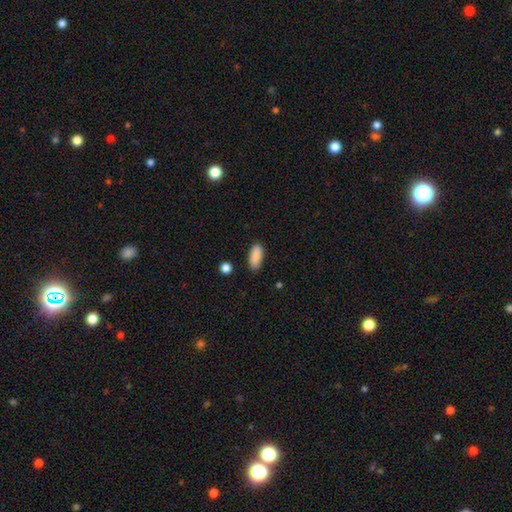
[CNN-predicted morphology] Q: Smooth or featured?
A: smooth (89%); runner-up: star or artifact (7%)
Q: How rounded?
A: in between (79%); runner-up: cigar-shaped (19%)
Q: Merging?
A: none (85%); runner-up: minor disturbance (11%)